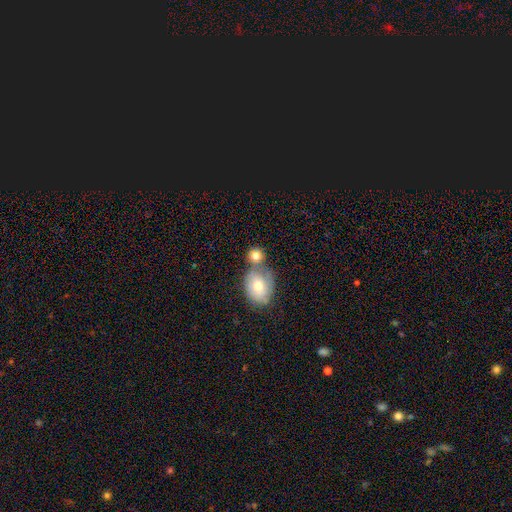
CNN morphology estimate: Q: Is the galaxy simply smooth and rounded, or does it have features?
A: smooth — 79%.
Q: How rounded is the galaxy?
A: round — 76%.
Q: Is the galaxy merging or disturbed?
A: merger — 44%.